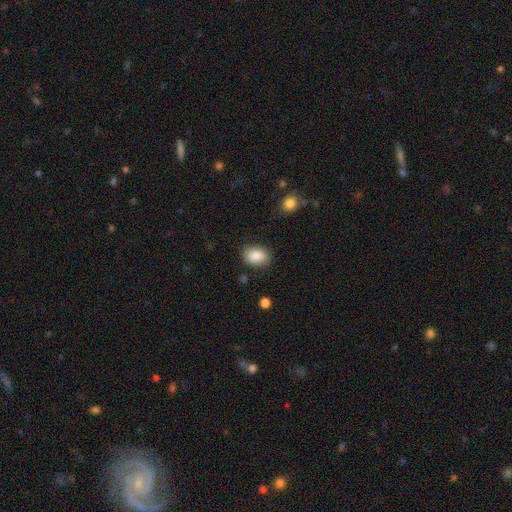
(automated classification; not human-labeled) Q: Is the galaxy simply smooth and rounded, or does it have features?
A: smooth — 87%.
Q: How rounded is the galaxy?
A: in between — 80%.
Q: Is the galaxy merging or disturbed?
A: none — 84%.